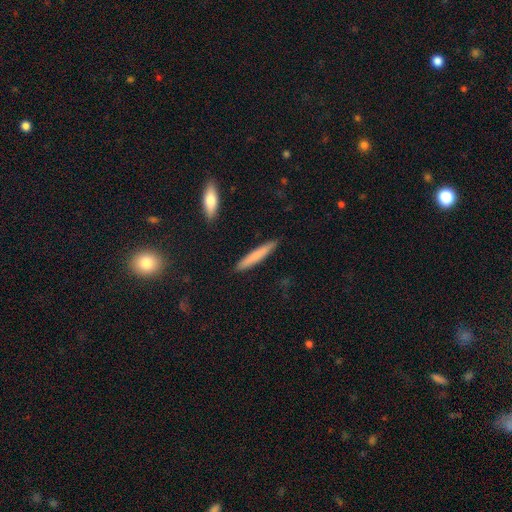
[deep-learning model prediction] This is likely a smooth galaxy (75%). How rounded: clearly cigar-shaped (94%). Merging: clearly none (91%).